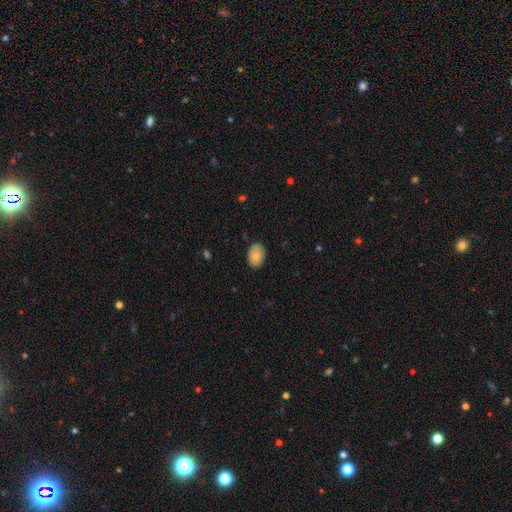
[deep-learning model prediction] Smooth or featured?
  - smooth: 80% *
  - featured or disk: 13%
  - star or artifact: 7%
How rounded?
  - in between: 80% *
  - round: 19%
  - cigar-shaped: 1%
Merging?
  - none: 80% *
  - minor disturbance: 16%
  - major disturbance: 3%
  - merger: 1%